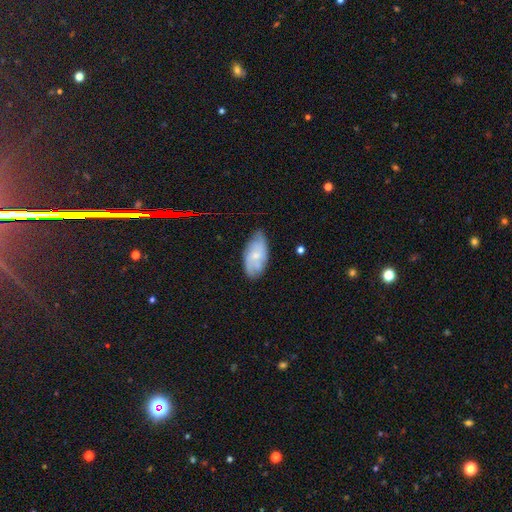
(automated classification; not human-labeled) Morphology: type=featured or disk (50%); edge-on=no (93%); merging=none (66%).